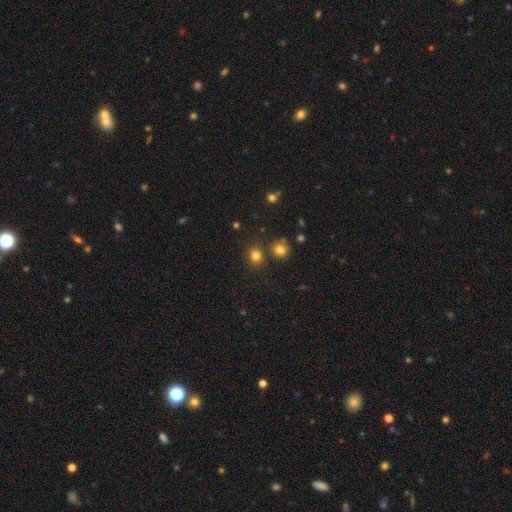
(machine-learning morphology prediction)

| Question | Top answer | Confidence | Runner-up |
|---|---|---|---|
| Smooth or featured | smooth | 78% | star or artifact (17%) |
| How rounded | round | 84% | in between (15%) |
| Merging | none | 78% | merger (12%) |